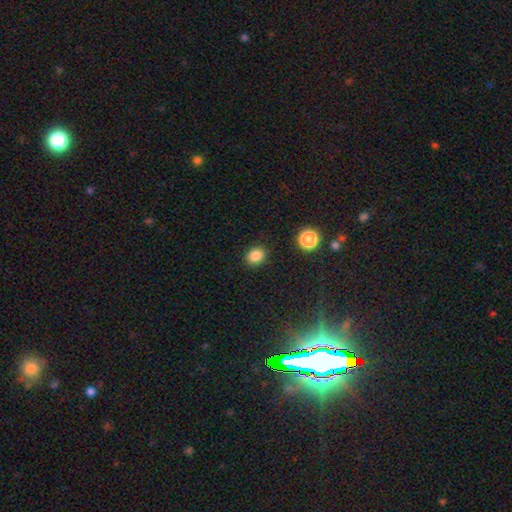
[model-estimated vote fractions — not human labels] smooth_or_featured: smooth (p=0.85) [alt: star or artifact p=0.11]
how_rounded: round (p=0.62) [alt: in between p=0.37]
merging: none (p=0.88) [alt: minor disturbance p=0.08]